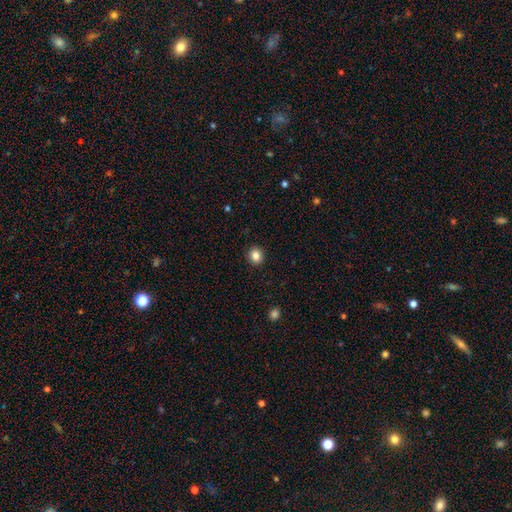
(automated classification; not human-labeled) The model was most divided on "how rounded": round: 80%, in between: 19%, cigar-shaped: 1%. More confident: merging — none (92%); smooth or featured — smooth (84%).